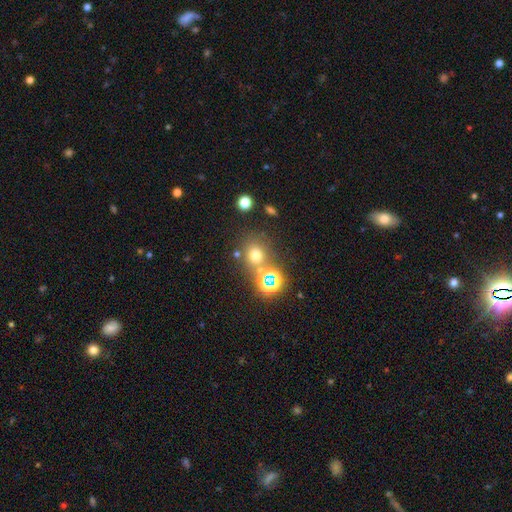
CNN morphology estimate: Smooth or featured: smooth — 64% (star or artifact — 27%)
How rounded: round — 81% (in between — 18%)
Merging: none — 68% (merger — 18%)